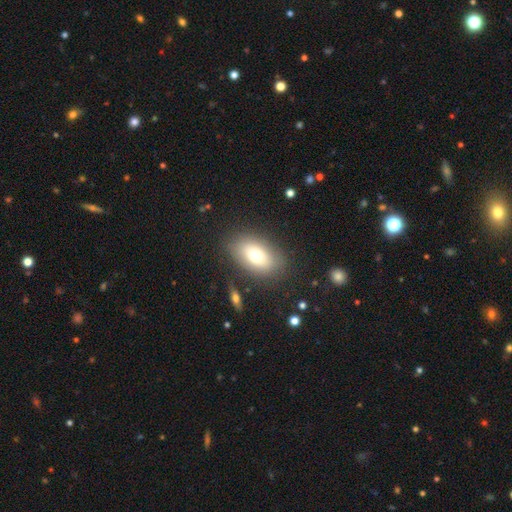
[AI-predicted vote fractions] A smooth galaxy with no disk features (73%) that is in between round and cigar-shaped (87%).

Vote fractions:
- Smooth or featured? smooth: 73% / featured or disk: 18% / star or artifact: 10%
- How rounded? in between: 87% / round: 11% / cigar-shaped: 2%
- Merging? none: 82% / minor disturbance: 11% / major disturbance: 5% / merger: 2%